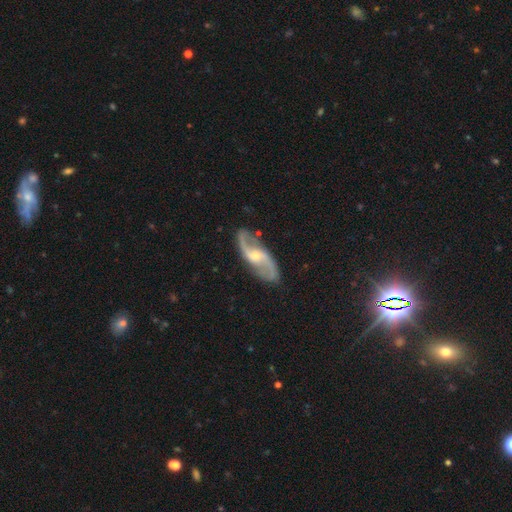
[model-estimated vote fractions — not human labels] Smooth or featured? featured or disk (89%)
Edge-on disk? no (94%)
Bar? no (44%)
Spiral arms? yes (97%)
Spiral winding? loose (57%)
Spiral arm count? 2 (92%)
Bulge size? small (51%)
Merging? none (81%)